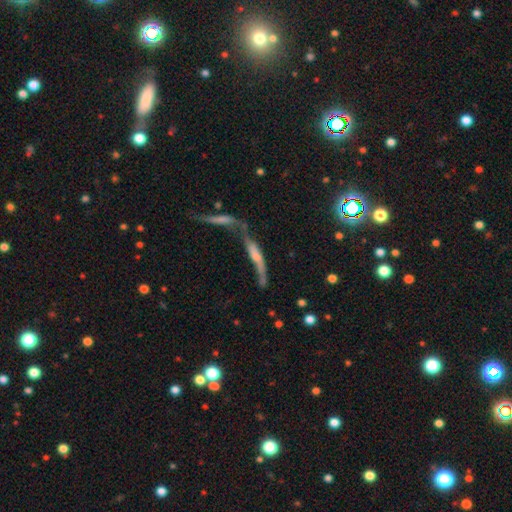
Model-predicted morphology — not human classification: A featured or disk galaxy (54%) viewed edge-on (59%).

Vote fractions:
- Smooth or featured? featured or disk: 54% / smooth: 35% / star or artifact: 11%
- Edge-on disk? yes: 59% / no: 41%
- Merging? merger: 61% / none: 16% / major disturbance: 13% / minor disturbance: 9%